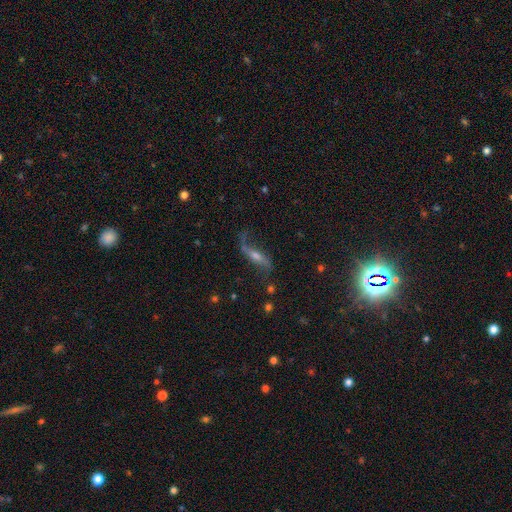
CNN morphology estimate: type=featured or disk (65%); edge-on=no (73%); merging=none (60%).